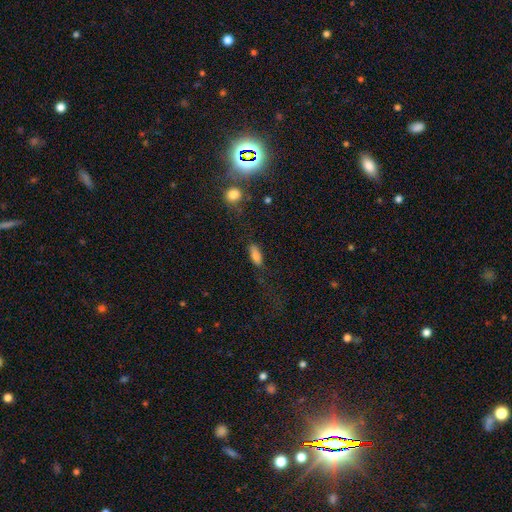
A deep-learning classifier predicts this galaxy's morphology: A smooth galaxy with no disk features (82%) that is in between round and cigar-shaped (78%).

Vote fractions:
- Smooth or featured? smooth: 82% / star or artifact: 10% / featured or disk: 8%
- How rounded? in between: 78% / cigar-shaped: 19% / round: 4%
- Merging? none: 67% / minor disturbance: 19% / major disturbance: 10% / merger: 3%